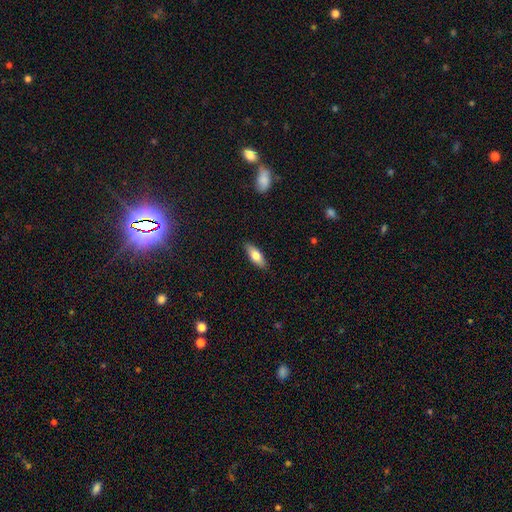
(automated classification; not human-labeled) Smooth or featured?
  - smooth: 73% *
  - featured or disk: 20%
  - star or artifact: 6%
How rounded?
  - in between: 68% *
  - cigar-shaped: 29%
  - round: 2%
Merging?
  - none: 86% *
  - minor disturbance: 11%
  - major disturbance: 2%
  - merger: 1%